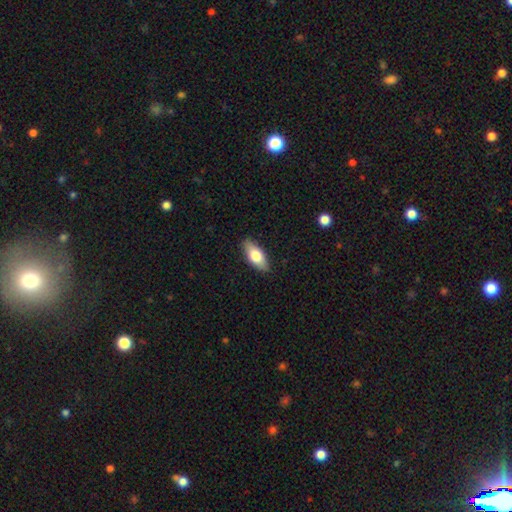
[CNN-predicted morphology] A smooth galaxy with no disk features (72%) that is in between round and cigar-shaped (84%).

Vote fractions:
- Smooth or featured? smooth: 72% / featured or disk: 22% / star or artifact: 6%
- How rounded? in between: 84% / cigar-shaped: 13% / round: 3%
- Merging? none: 87% / minor disturbance: 10% / major disturbance: 2% / merger: 1%